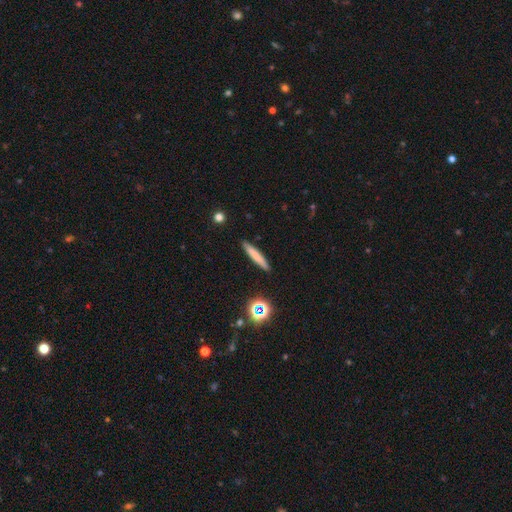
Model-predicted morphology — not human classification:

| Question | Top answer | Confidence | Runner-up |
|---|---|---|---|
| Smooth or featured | smooth | 73% | featured or disk (18%) |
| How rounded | cigar-shaped | 93% | in between (6%) |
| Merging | none | 90% | minor disturbance (7%) |